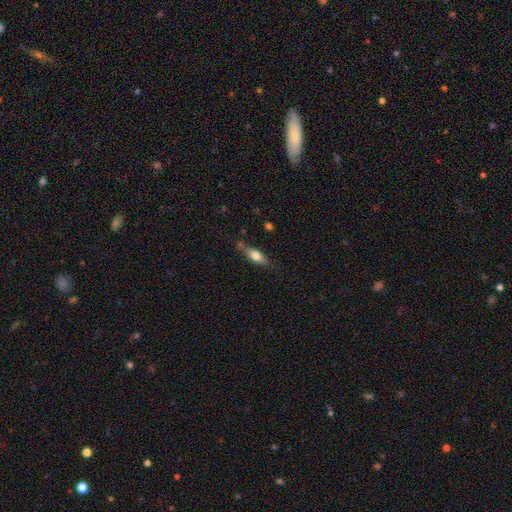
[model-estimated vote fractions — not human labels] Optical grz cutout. It shows a smooth galaxy with no disk features (69%) that is in between round and cigar-shaped (63%). Merging: none (65%).